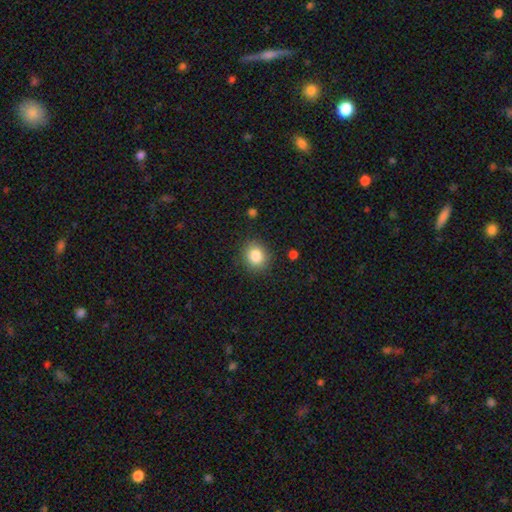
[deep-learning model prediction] Overall: smooth (85%). How rounded: round (72%). Merging: none (87%).